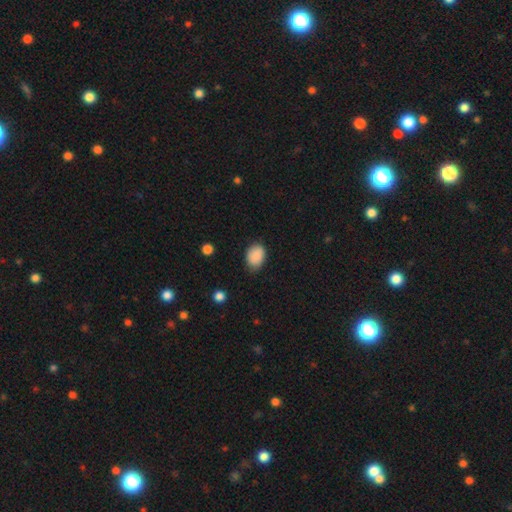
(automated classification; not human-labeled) A smooth galaxy with no disk features (89%) that is in between round and cigar-shaped (70%). Merging: none (77%).